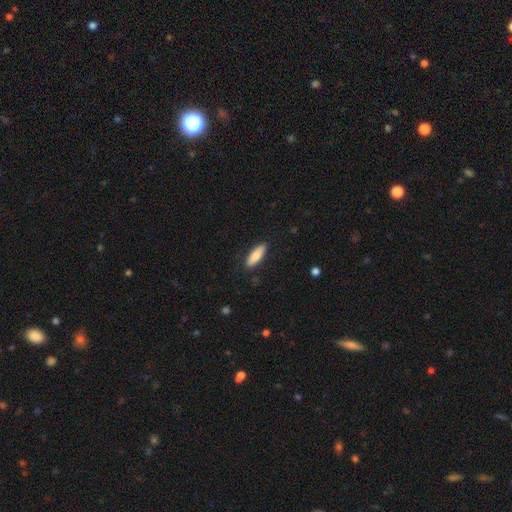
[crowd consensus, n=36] Overall: smooth (89%). How rounded: in between (59%; cigar-shaped 41%). Merging: none (91%).